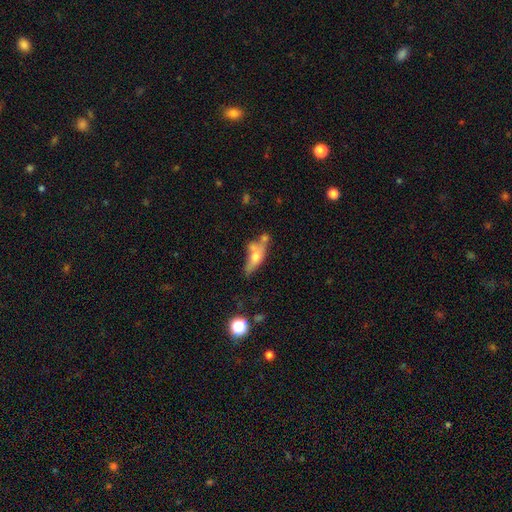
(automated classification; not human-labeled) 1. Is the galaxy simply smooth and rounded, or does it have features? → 56% smooth, 35% featured or disk, 9% star or artifact.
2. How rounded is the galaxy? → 61% in between, 35% cigar-shaped, 5% round.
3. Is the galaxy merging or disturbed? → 35% none, 29% merger, 22% minor disturbance, 14% major disturbance.